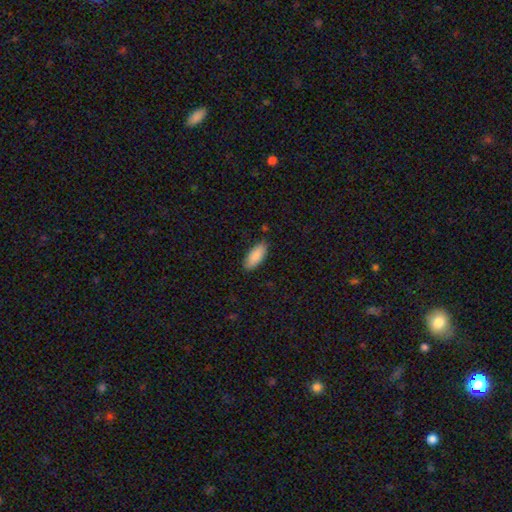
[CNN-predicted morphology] This is clearly a smooth galaxy (89%). How rounded: clearly in between (83%). Merging: clearly none (85%).